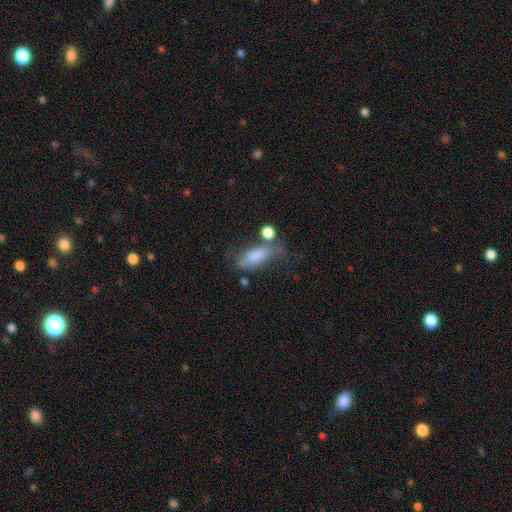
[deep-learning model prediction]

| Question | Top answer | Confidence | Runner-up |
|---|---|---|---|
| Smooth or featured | smooth | 73% | featured or disk (19%) |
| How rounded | in between | 76% | cigar-shaped (19%) |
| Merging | none | 36% | minor disturbance (27%) |